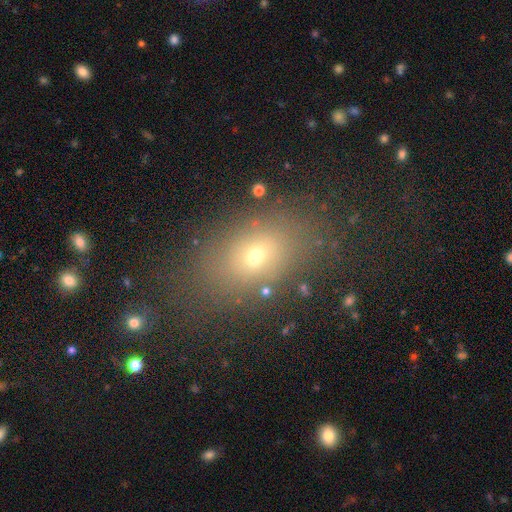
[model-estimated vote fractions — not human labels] smooth 57%, star or artifact 22%, featured or disk 21%. Down the decision tree: how rounded — in between (79%); merging — none (61%).